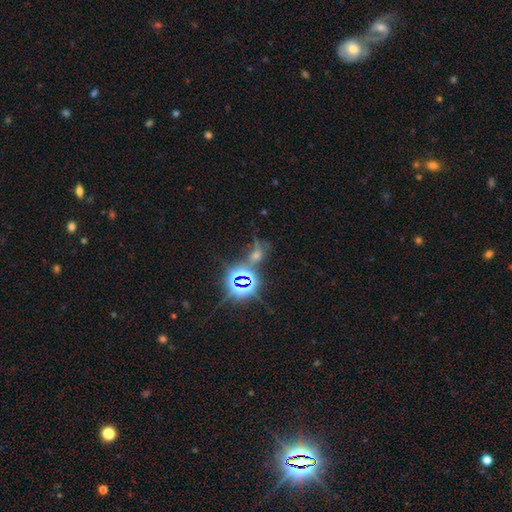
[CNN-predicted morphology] Smooth or featured? Predicted: star or artifact (p=0.73).